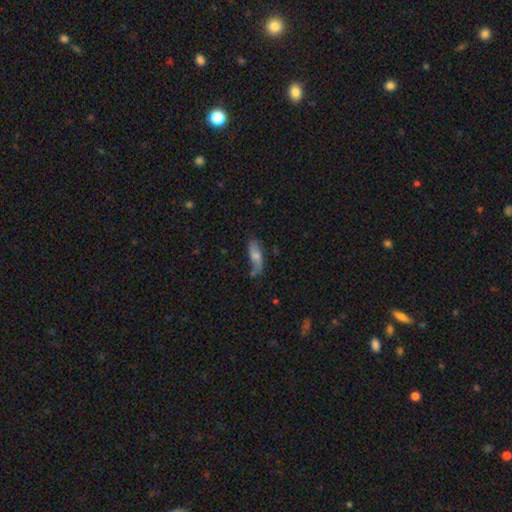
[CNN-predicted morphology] Smooth or featured? Predicted: smooth (p=0.49). Merging? Predicted: none (p=0.55).